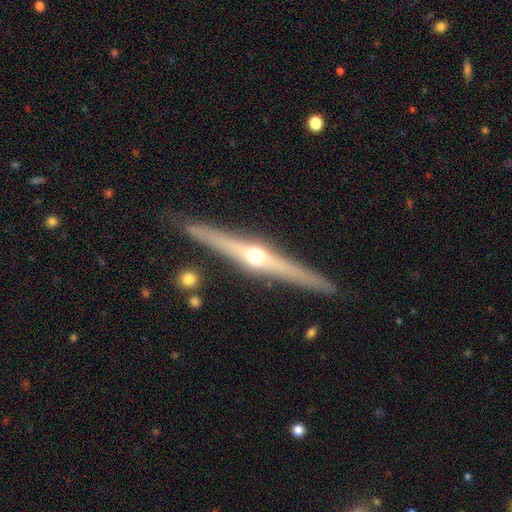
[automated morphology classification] Smooth or featured? featured or disk (78%)
Edge-on disk? yes (97%)
Edge-on bulge? rounded (95%)
Merging? none (89%)